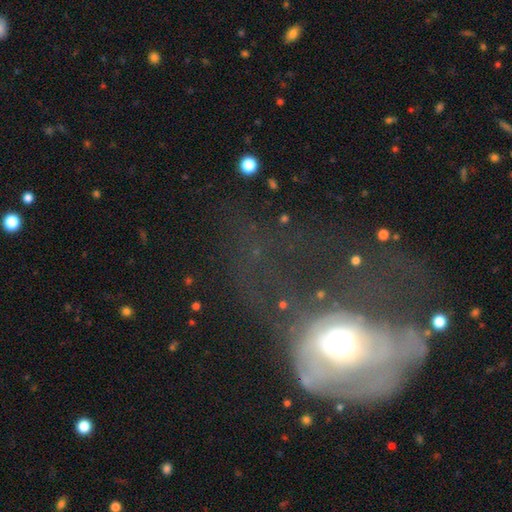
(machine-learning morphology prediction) smooth_or_featured: featured or disk (p=0.42) [alt: smooth p=0.38]
merging: major disturbance (p=0.64) [alt: none p=0.16]